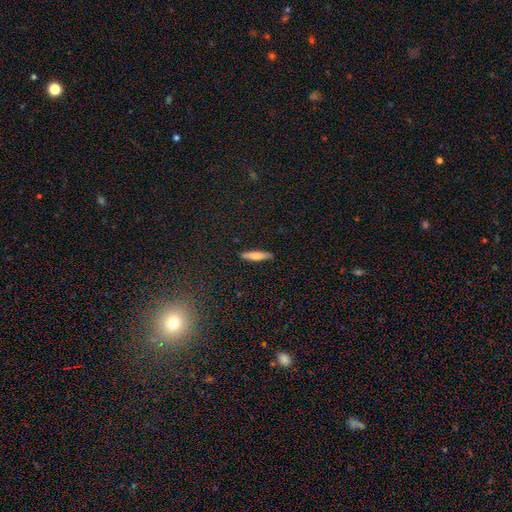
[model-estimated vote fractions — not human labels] smooth_or_featured: smooth (p=0.70) [alt: featured or disk p=0.23]
how_rounded: cigar-shaped (p=0.83) [alt: in between p=0.16]
merging: none (p=0.87) [alt: minor disturbance p=0.10]